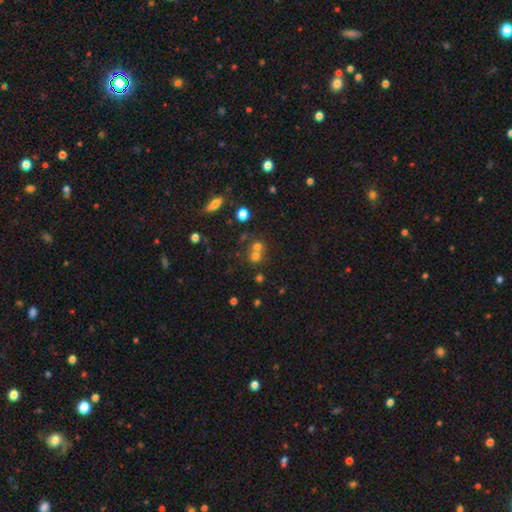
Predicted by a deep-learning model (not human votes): A smooth galaxy with no disk features (64%) that is round (84%). Merging: merger (51%).